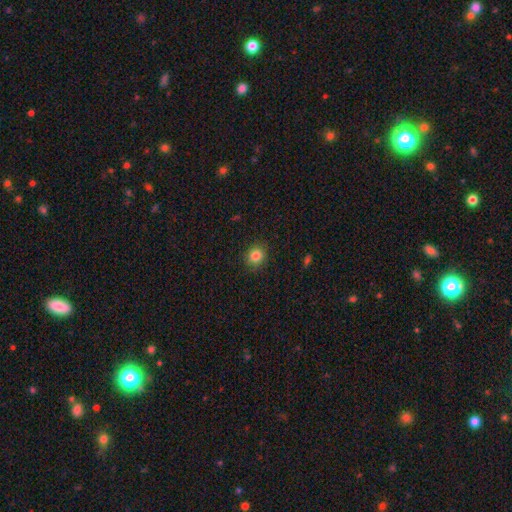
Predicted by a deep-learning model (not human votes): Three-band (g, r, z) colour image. It shows a smooth galaxy with no disk features (84%) that is round (82%). Merging: none (89%).